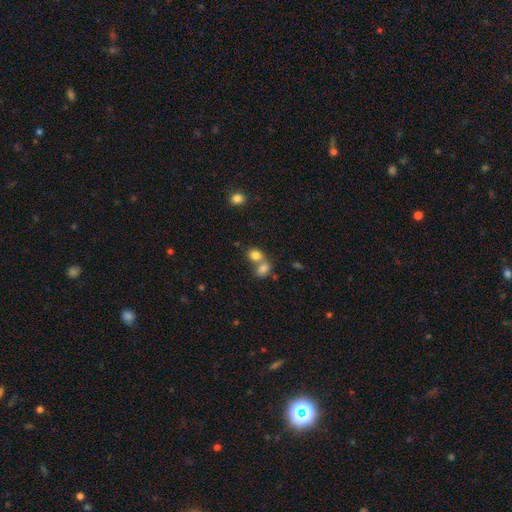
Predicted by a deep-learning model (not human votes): Q: Smooth or featured?
A: smooth (80%); runner-up: star or artifact (11%)
Q: How rounded?
A: round (55%); runner-up: in between (44%)
Q: Merging?
A: merger (59%); runner-up: none (31%)